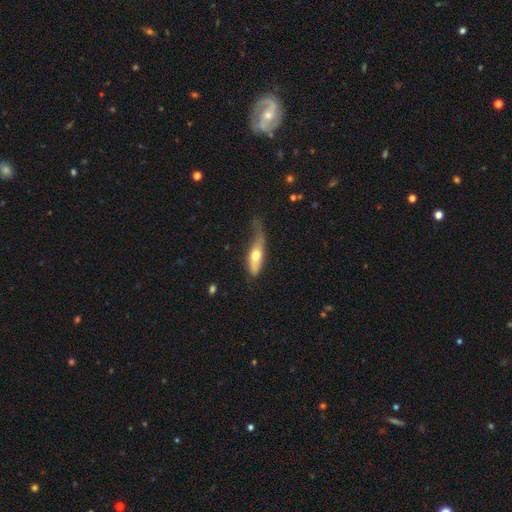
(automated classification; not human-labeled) Overall: smooth (57%; featured or disk 37%). How rounded: in between (52%; cigar-shaped 43%). Merging: minor disturbance (36%; major disturbance 35%).